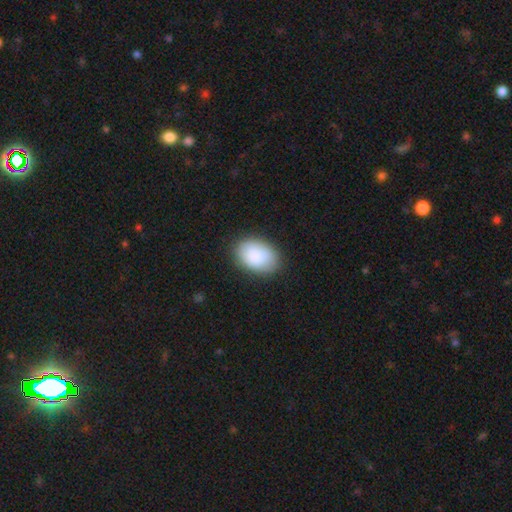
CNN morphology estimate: type=smooth (87%); roundness=in between (83%); merging=none (83%).